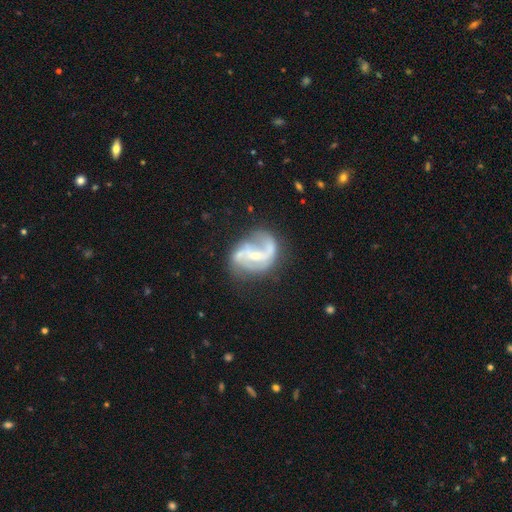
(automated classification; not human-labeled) Smooth or featured? featured or disk (86%)
Edge-on disk? no (98%)
Bar? weak (40%)
Spiral arms? yes (92%)
Spiral winding? medium (44%)
Spiral arm count? 2 (73%)
Bulge size? small (57%)
Merging? none (57%)